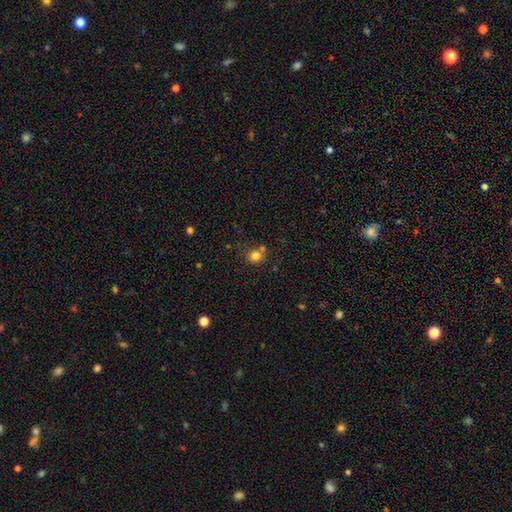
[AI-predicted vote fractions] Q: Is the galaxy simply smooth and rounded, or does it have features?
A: smooth — 80%.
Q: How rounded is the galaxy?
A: round — 83%.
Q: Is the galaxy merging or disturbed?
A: none — 65%.